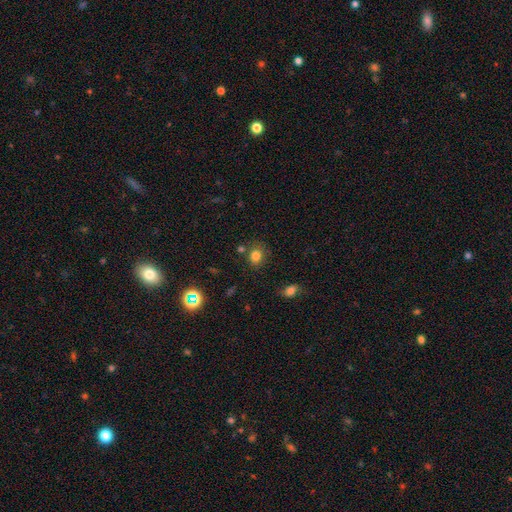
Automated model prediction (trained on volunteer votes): Overall: smooth (79%). How rounded: round (65%; in between 34%). Merging: none (73%).